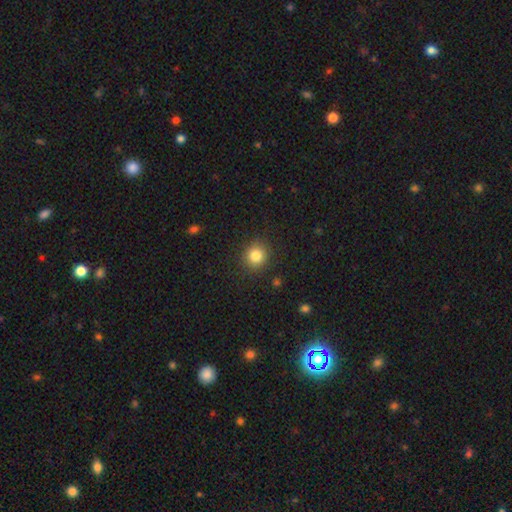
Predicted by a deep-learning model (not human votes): Smooth or featured? smooth (83%)
How rounded? round (87%)
Merging? none (89%)